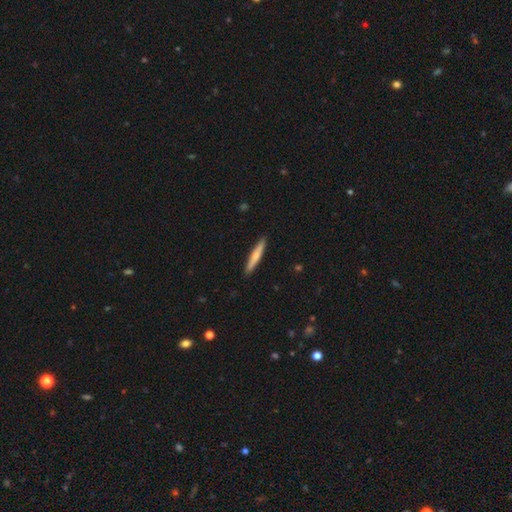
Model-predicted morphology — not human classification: A smooth galaxy with no disk features (56%) that is cigar-shaped (94%).

Vote fractions:
- Smooth or featured? smooth: 56% / featured or disk: 39% / star or artifact: 5%
- How rounded? cigar-shaped: 94% / in between: 5% / round: 1%
- Merging? none: 91% / minor disturbance: 7% / major disturbance: 1% / merger: 1%